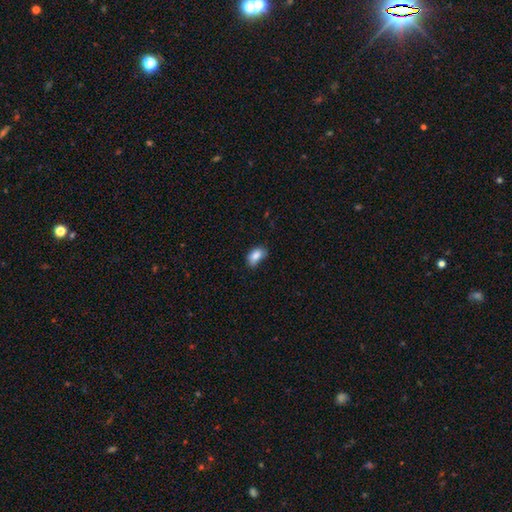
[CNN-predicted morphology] This appears to be a smooth galaxy with no disk features (83%) that is in between round and cigar-shaped (87%). Merging: none (52%).